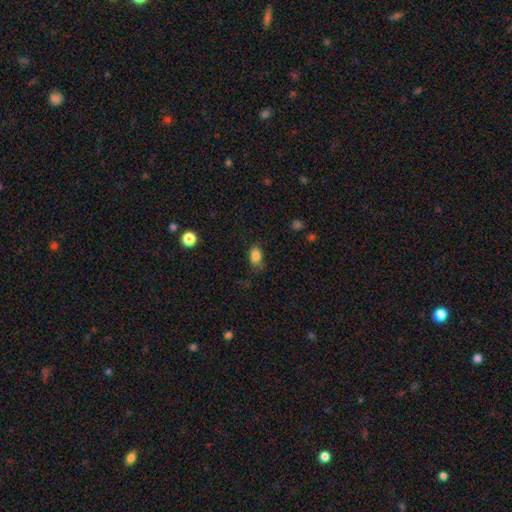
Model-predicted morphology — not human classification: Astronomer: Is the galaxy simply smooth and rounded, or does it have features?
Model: smooth — 84%.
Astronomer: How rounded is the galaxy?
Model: in between — 81%.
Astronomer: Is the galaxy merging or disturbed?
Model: none — 66%.